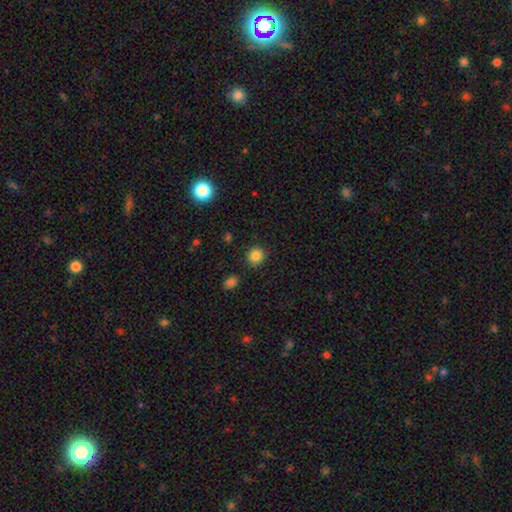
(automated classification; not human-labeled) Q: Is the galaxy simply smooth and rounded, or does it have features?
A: smooth — 85%.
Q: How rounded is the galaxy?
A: round — 89%.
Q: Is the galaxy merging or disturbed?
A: none — 89%.